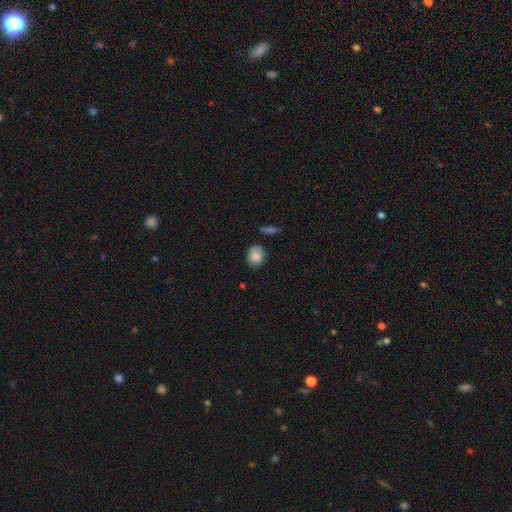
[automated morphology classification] The model was most divided on "how rounded": round: 51%, in between: 47%, cigar-shaped: 1%. More confident: smooth or featured — smooth (86%); merging — none (79%).